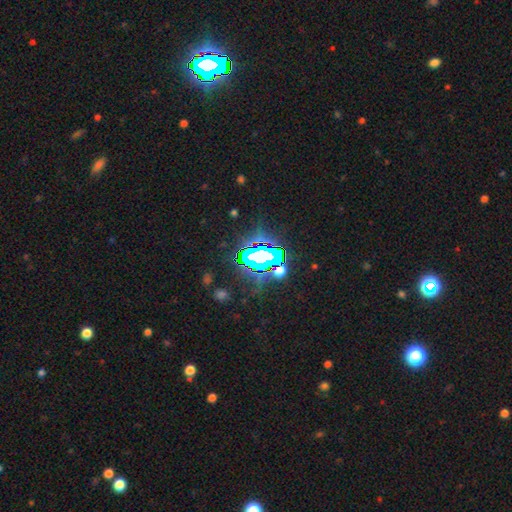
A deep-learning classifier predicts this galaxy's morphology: Q: Smooth or featured?
A: star or artifact (81%); runner-up: smooth (11%)